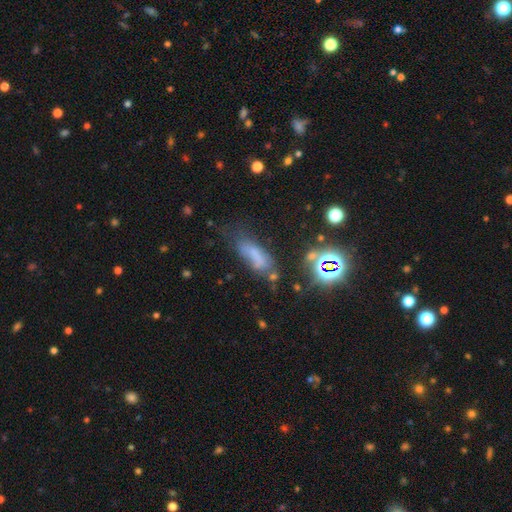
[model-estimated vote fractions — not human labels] smooth_or_featured: smooth (p=0.55) [alt: featured or disk p=0.23]
how_rounded: in between (p=0.57) [alt: cigar-shaped p=0.38]
merging: none (p=0.42) [alt: minor disturbance p=0.29]